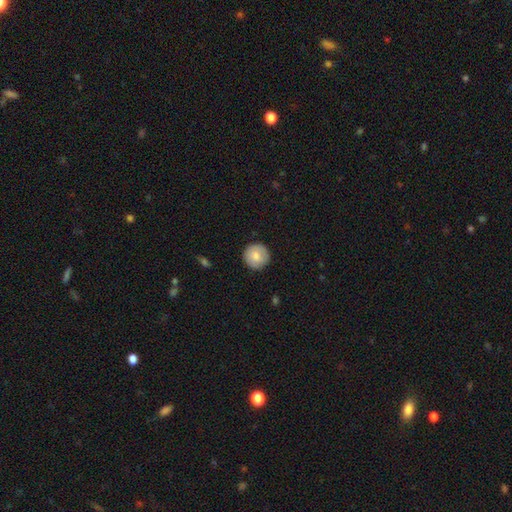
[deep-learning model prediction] This appears to be a smooth galaxy with no disk features (80%) that is round (95%). Merging: none (89%).